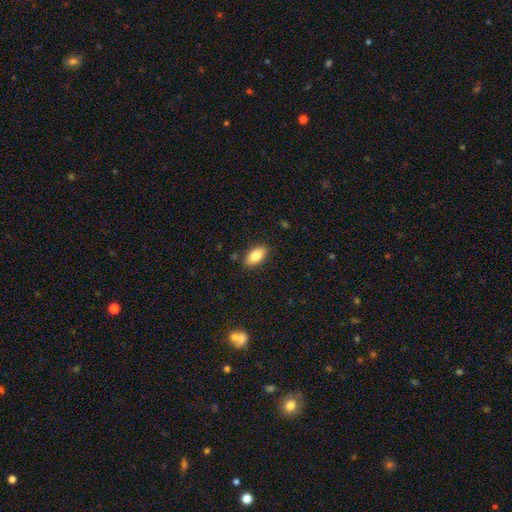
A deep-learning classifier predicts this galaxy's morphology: Smooth or featured?
  - smooth: 83% *
  - featured or disk: 10%
  - star or artifact: 7%
How rounded?
  - in between: 91% *
  - cigar-shaped: 5%
  - round: 3%
Merging?
  - none: 87% *
  - minor disturbance: 10%
  - major disturbance: 2%
  - merger: 1%